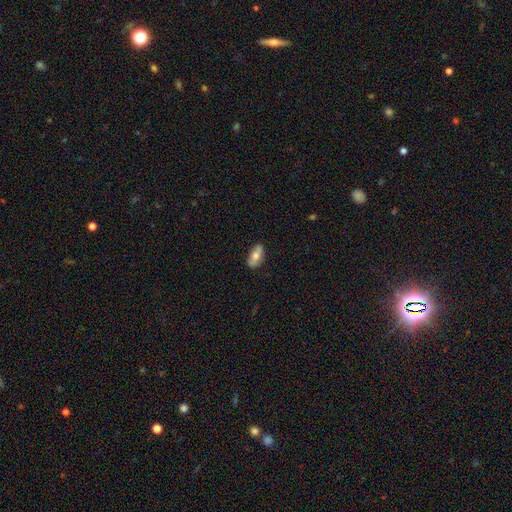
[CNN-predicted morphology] Smooth or featured?
  - smooth: 62% *
  - featured or disk: 31%
  - star or artifact: 7%
How rounded?
  - in between: 82% *
  - cigar-shaped: 14%
  - round: 4%
Merging?
  - none: 82% *
  - minor disturbance: 14%
  - major disturbance: 3%
  - merger: 1%